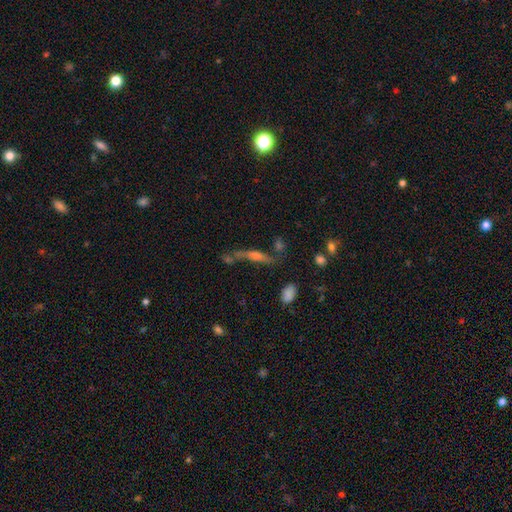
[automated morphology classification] Smooth or featured? Predicted: featured or disk (p=0.53). Edge-on disk? Predicted: yes (p=0.71). Merging? Predicted: none (p=0.47).